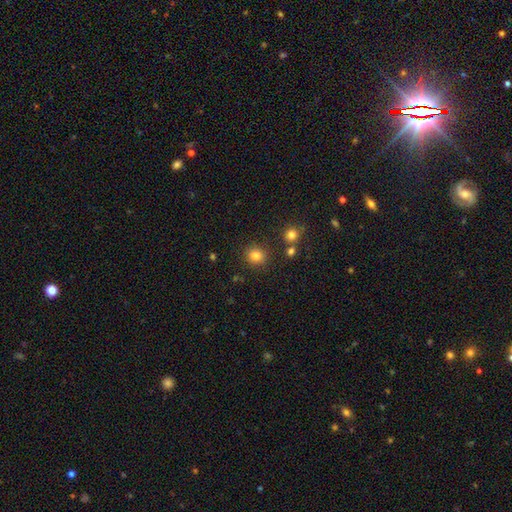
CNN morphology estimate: Overall: smooth (82%). How rounded: round (85%). Merging: none (86%).